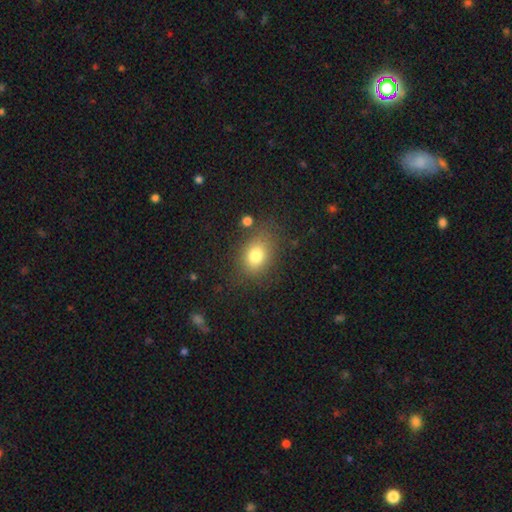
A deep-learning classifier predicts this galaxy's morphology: This is likely a smooth galaxy (78%). How rounded: possibly in between (59%). Merging: likely none (76%).